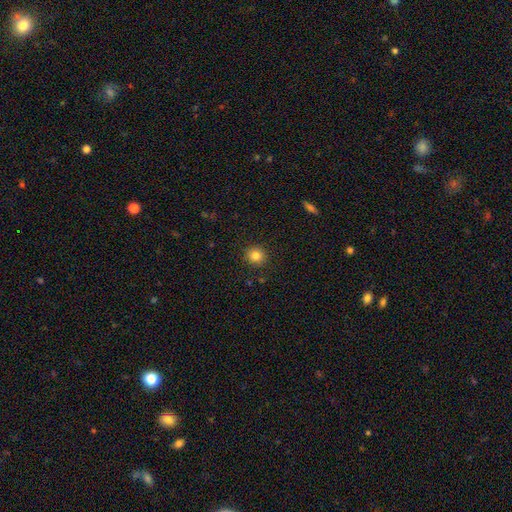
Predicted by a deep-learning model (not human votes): The model was most divided on "smooth or featured": smooth: 83%, star or artifact: 11%, featured or disk: 6%. More confident: how rounded — round (91%); merging — none (91%).